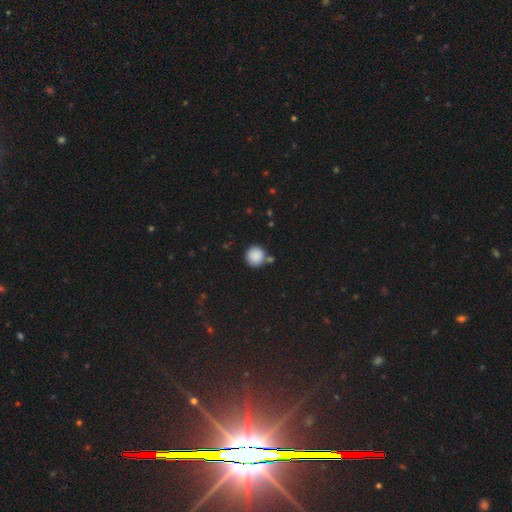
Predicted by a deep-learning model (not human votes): Morphology: type=smooth (88%); roundness=round (93%); merging=none (75%).